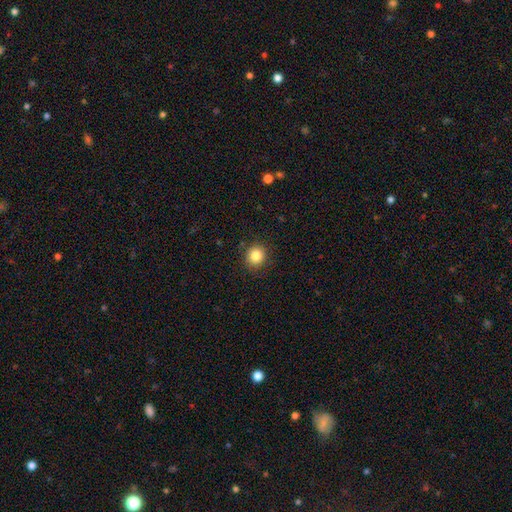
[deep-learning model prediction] A smooth galaxy with no disk features (84%) that is round (87%).

Vote fractions:
- Smooth or featured? smooth: 84% / star or artifact: 10% / featured or disk: 5%
- How rounded? round: 87% / in between: 12% / cigar-shaped: 1%
- Merging? none: 89% / minor disturbance: 7% / major disturbance: 2% / merger: 1%